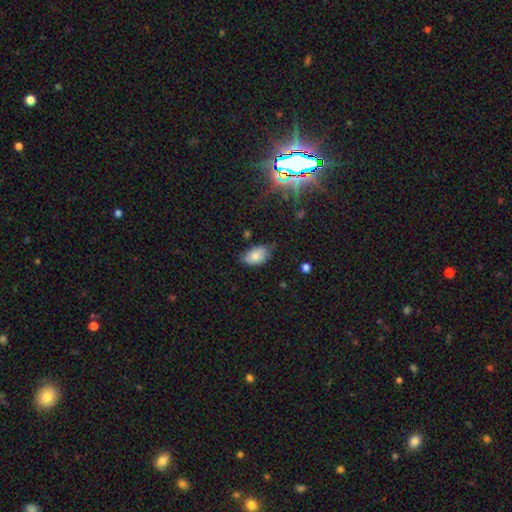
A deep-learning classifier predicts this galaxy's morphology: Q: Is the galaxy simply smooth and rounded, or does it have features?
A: smooth — 79%.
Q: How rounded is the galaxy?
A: in between — 92%.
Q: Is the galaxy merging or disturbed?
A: none — 60%.